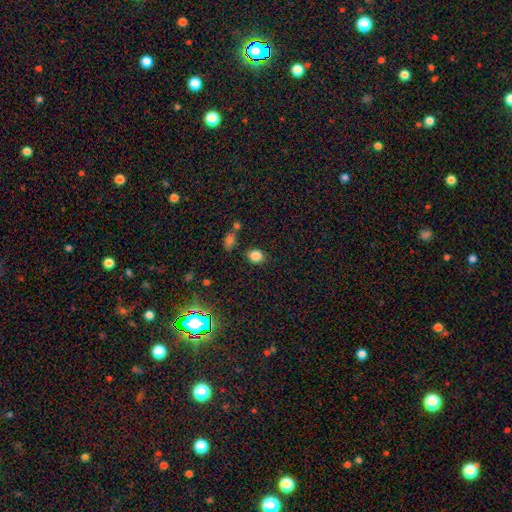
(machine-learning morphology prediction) A smooth galaxy with no disk features (81%) that is round (58%). Merging: none (82%).